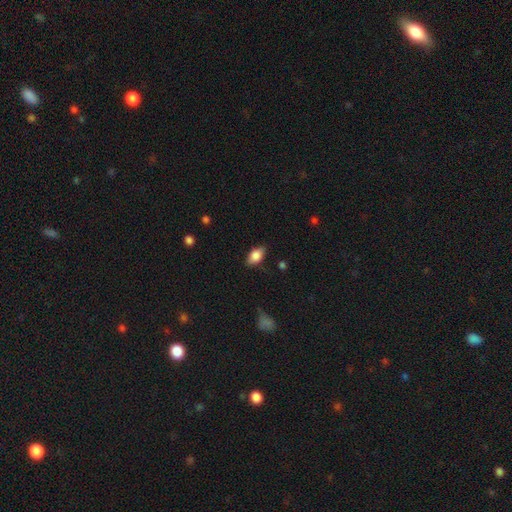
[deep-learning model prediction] This appears to be a smooth galaxy with no disk features (79%) that is in between round and cigar-shaped (88%). Merging: none (79%).